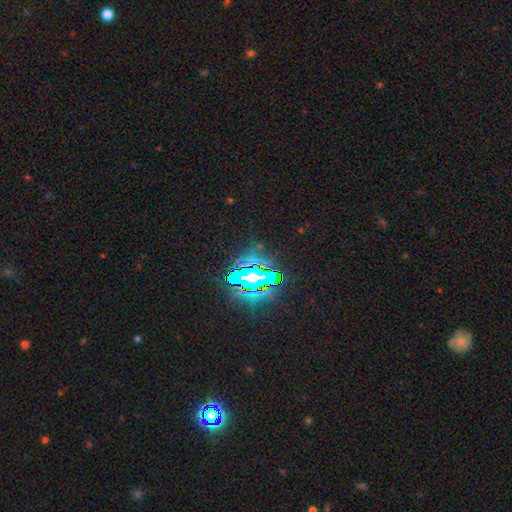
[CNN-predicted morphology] Smooth or featured?
  - star or artifact: 81% *
  - smooth: 11%
  - featured or disk: 8%